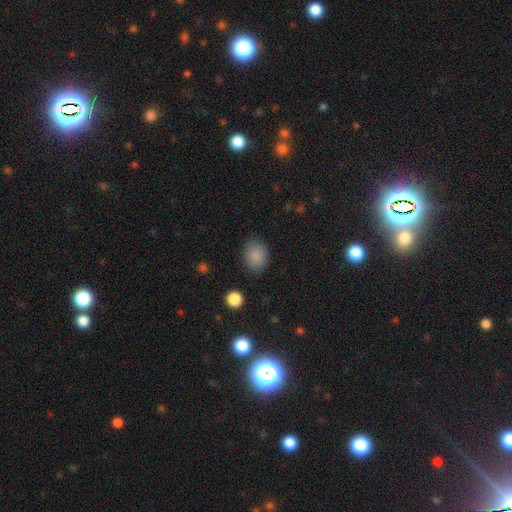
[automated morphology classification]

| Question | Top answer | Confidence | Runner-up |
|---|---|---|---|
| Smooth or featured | smooth | 87% | star or artifact (9%) |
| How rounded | in between | 51% | round (48%) |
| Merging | none | 83% | minor disturbance (12%) |